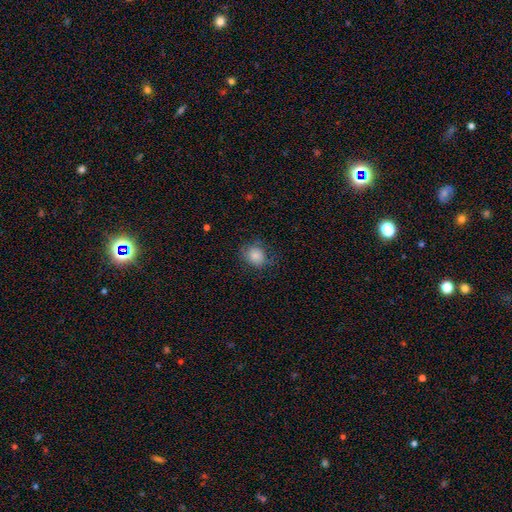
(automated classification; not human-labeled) A smooth galaxy with no disk features (82%) that is round (71%).

Vote fractions:
- Smooth or featured? smooth: 82% / star or artifact: 9% / featured or disk: 9%
- How rounded? round: 71% / in between: 28% / cigar-shaped: 1%
- Merging? none: 68% / minor disturbance: 21% / major disturbance: 9% / merger: 1%